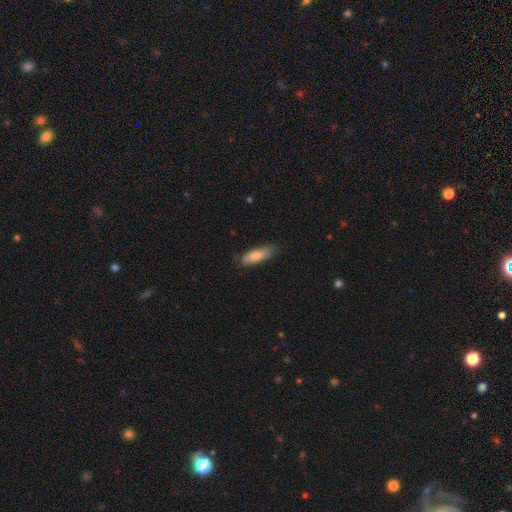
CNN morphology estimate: Overall: smooth (75%). How rounded: cigar-shaped (52%; in between 46%). Merging: none (73%).